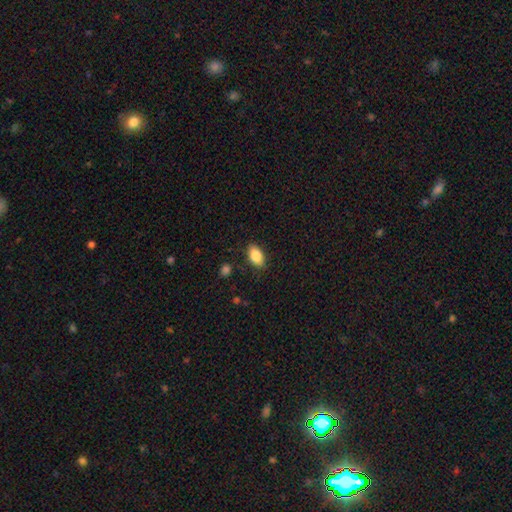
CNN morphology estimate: This is clearly a smooth galaxy (84%). How rounded: clearly in between (89%). Merging: clearly none (86%).